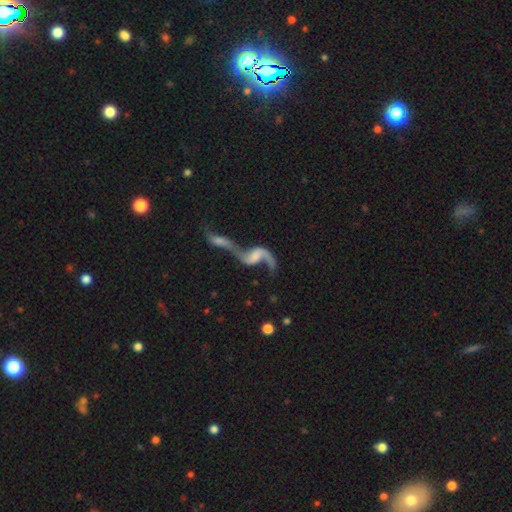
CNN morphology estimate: featured or disk 80%, smooth 13%, star or artifact 7%. Down the decision tree: edge-on disk — no (94%); bar — no (45%); spiral arms — yes (89%); spiral arm count — 2 (82%); spiral winding — loose (89%); bulge size — none (42%); merging — merger (71%).